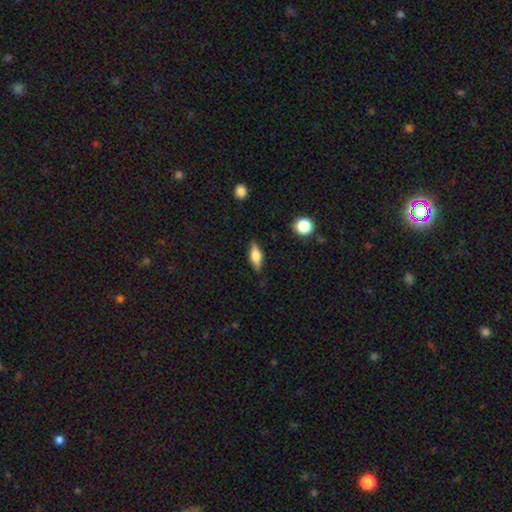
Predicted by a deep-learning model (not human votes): The model was most divided on "smooth or featured": smooth: 59%, featured or disk: 33%, star or artifact: 8%. More confident: merging — none (82%); how rounded — in between (68%).